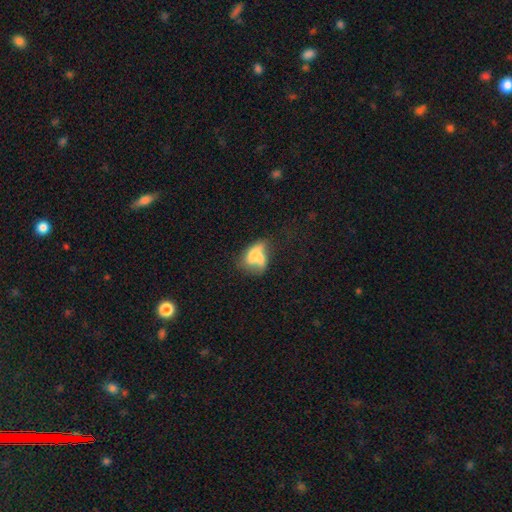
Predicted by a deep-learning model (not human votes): Smooth or featured? smooth (54%)
How rounded? in between (77%)
Merging? major disturbance (32%)